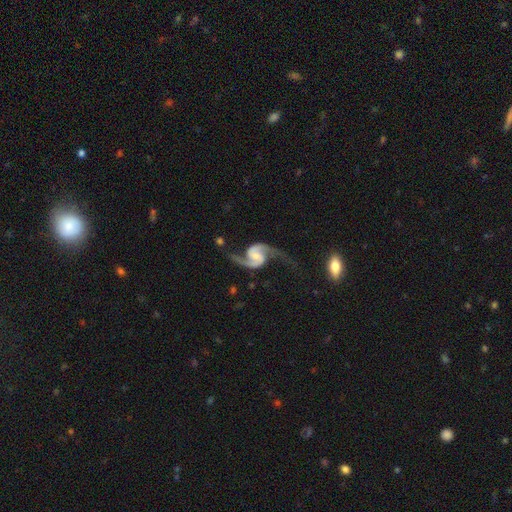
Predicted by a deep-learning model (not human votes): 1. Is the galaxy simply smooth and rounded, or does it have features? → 93% featured or disk, 4% star or artifact, 3% smooth.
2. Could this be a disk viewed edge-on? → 98% no, 2% yes.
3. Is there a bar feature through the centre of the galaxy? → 42% weak, 41% no, 17% strong.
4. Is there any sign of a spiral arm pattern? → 98% yes, 2% no.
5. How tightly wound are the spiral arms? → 53% loose, 39% medium, 8% tight.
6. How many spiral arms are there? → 94% 2, 1% 1, 1% can't tell, 1% 3, 1% 4, 1% more than 4.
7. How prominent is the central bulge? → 44% small, 28% moderate, 21% none, 5% large, 2% dominant.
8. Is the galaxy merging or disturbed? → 67% none, 16% minor disturbance, 13% major disturbance, 4% merger.